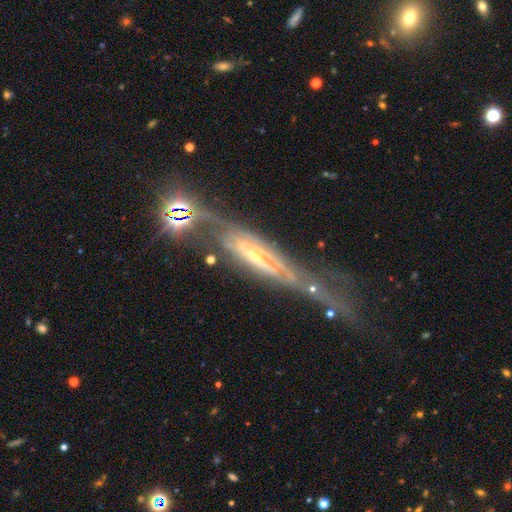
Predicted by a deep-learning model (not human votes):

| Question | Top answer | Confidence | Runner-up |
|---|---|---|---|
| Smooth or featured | featured or disk | 80% | smooth (11%) |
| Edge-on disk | yes | 55% | no (45%) |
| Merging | none | 38% | major disturbance (29%) |